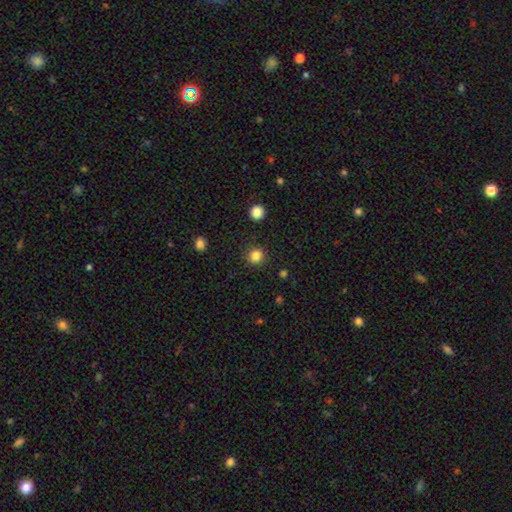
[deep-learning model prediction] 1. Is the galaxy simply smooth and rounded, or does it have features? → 84% smooth, 12% star or artifact, 4% featured or disk.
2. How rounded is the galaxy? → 92% round, 7% in between, 1% cigar-shaped.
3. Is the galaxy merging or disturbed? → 91% none, 6% minor disturbance, 2% major disturbance, 1% merger.